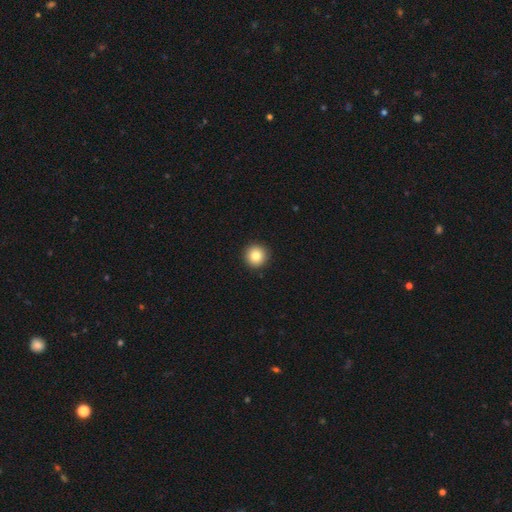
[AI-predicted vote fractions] Smooth or featured: smooth — 83% (star or artifact — 9%)
How rounded: round — 96% (in between — 3%)
Merging: none — 93% (minor disturbance — 4%)